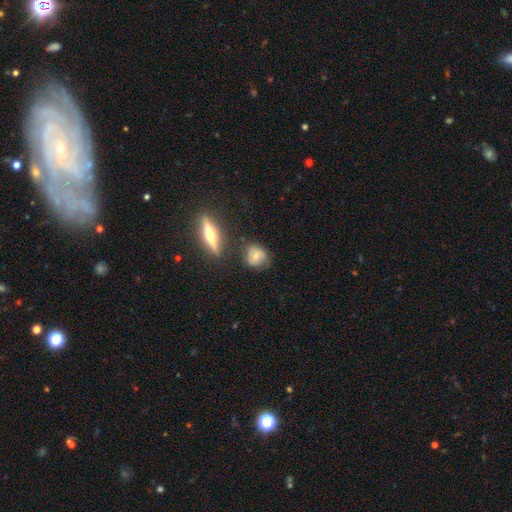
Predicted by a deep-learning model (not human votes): This appears to be a smooth galaxy with no disk features (55%) that is round (68%). Merging: none (70%).